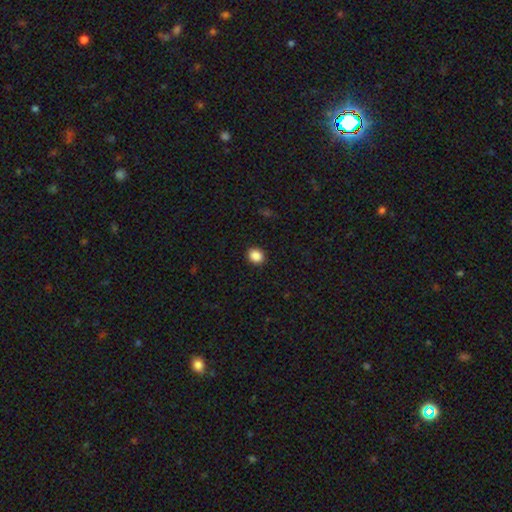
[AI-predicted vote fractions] smooth 88%, star or artifact 9%, featured or disk 3%. Down the decision tree: how rounded — round (62%); merging — none (91%).